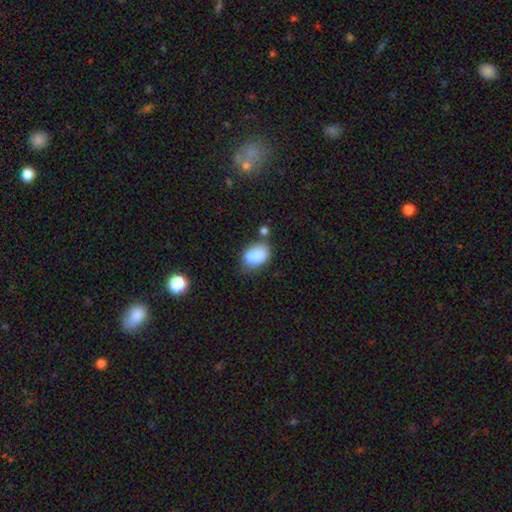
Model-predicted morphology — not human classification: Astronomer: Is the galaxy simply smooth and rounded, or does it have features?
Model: smooth — 79%.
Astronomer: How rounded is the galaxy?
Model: in between — 82%.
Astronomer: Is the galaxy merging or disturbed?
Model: none — 41% (runner-up: merger, 28%).